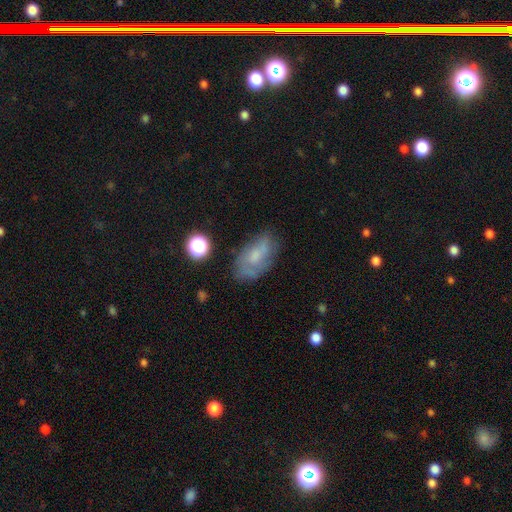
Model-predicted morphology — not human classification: Smooth or featured? smooth (46%)
Merging? none (60%)